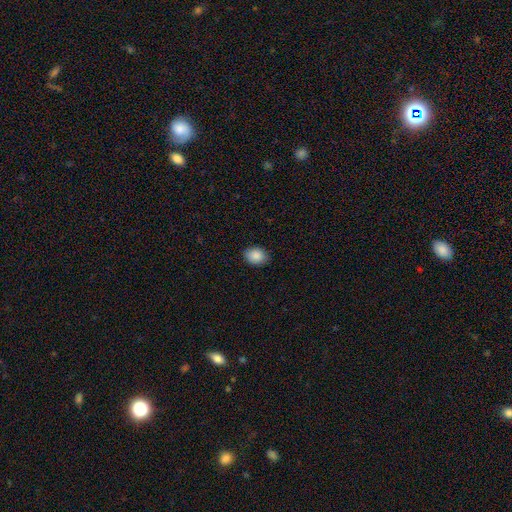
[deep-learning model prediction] A smooth galaxy with no disk features (88%) that is in between round and cigar-shaped (63%). Merging: none (85%).